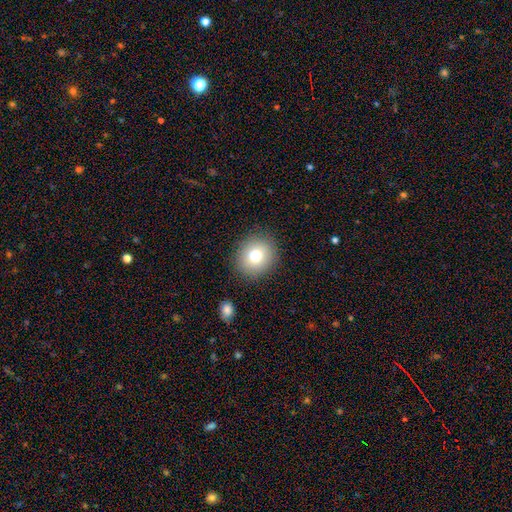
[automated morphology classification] Smooth or featured?
  - smooth: 77% *
  - featured or disk: 12%
  - star or artifact: 11%
How rounded?
  - round: 79% *
  - in between: 21%
  - cigar-shaped: 1%
Merging?
  - none: 88% *
  - minor disturbance: 8%
  - major disturbance: 3%
  - merger: 2%